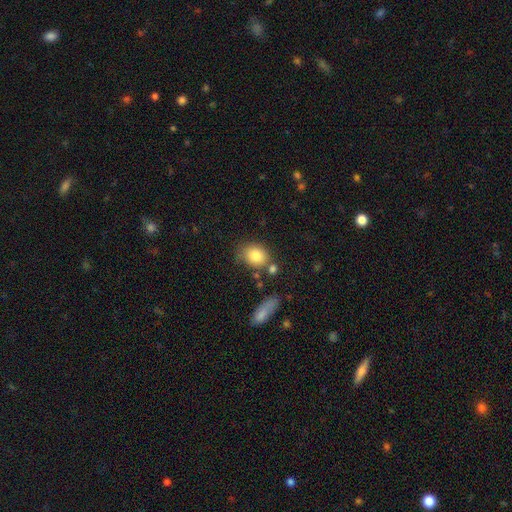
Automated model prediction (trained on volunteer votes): smooth-or-featured: smooth: 82% | featured or disk: 9% | star or artifact: 8%
  how-rounded: in between: 55% | round: 44% | cigar-shaped: 2%
  merging: none: 63% | minor disturbance: 18% | merger: 13% | major disturbance: 6%